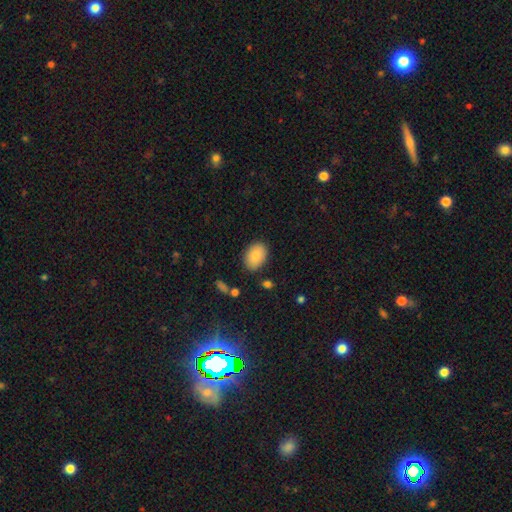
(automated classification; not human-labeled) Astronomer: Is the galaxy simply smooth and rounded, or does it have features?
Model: smooth — 86%.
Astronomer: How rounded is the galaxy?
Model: in between — 85%.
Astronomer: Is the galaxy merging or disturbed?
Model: none — 85%.